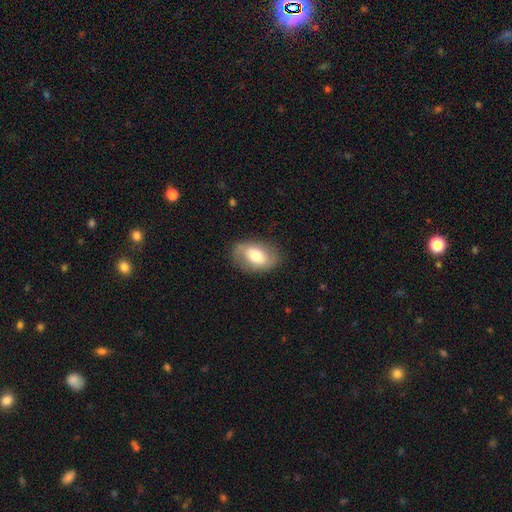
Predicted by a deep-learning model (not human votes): smooth 65%, featured or disk 28%, star or artifact 7%. Down the decision tree: how rounded — in between (88%); merging — none (81%).